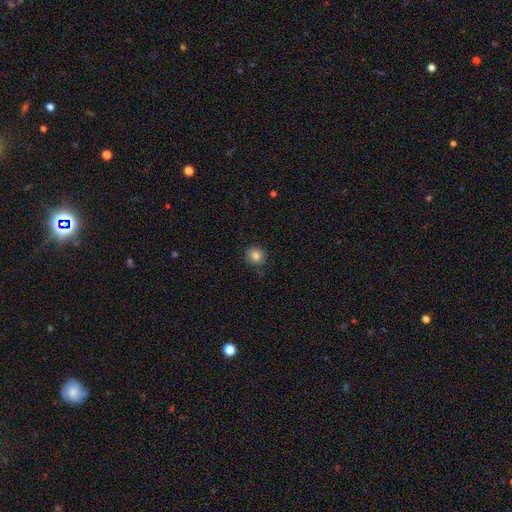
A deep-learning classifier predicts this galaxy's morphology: Smooth or featured: smooth — 84% (star or artifact — 11%)
How rounded: round — 88% (in between — 11%)
Merging: none — 83% (minor disturbance — 12%)